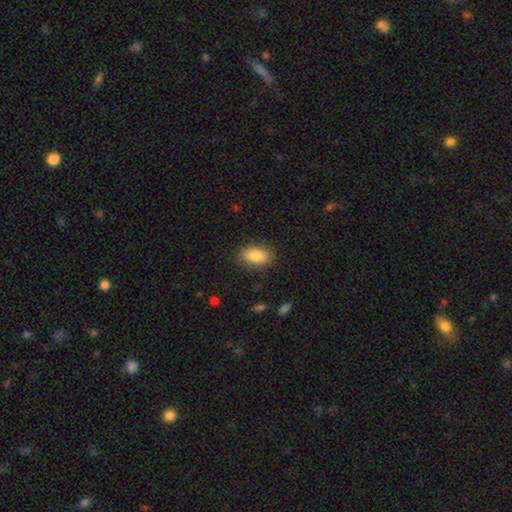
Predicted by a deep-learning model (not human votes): This is clearly a smooth galaxy (82%). How rounded: clearly in between (89%). Merging: clearly none (85%).